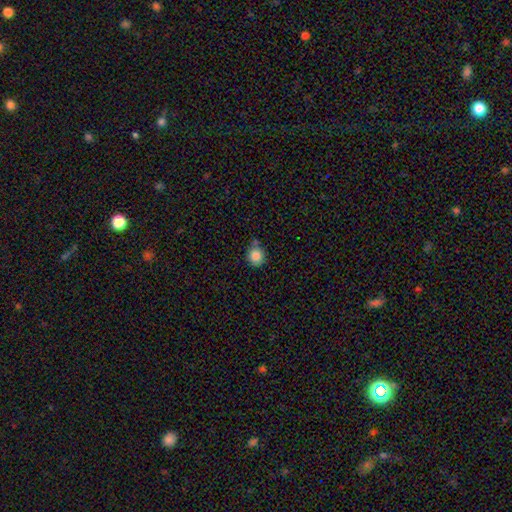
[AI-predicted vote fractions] The model was most divided on "merging": none: 68%, minor disturbance: 16%, merger: 12%, major disturbance: 4%. More confident: smooth or featured — smooth (85%); how rounded — round (82%).